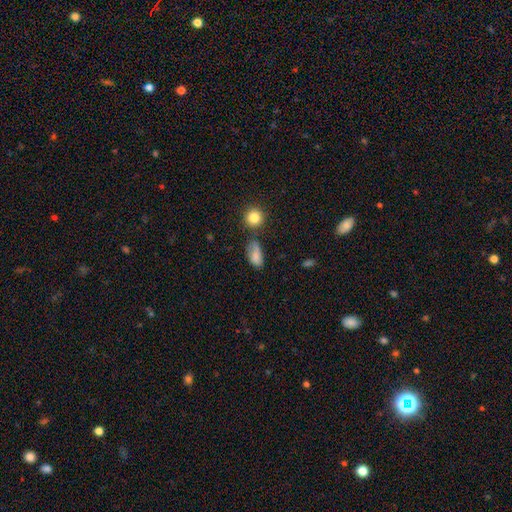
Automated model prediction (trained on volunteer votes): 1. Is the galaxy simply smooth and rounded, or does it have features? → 80% smooth, 10% featured or disk, 10% star or artifact.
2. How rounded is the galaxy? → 87% in between, 7% round, 6% cigar-shaped.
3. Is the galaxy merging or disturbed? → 51% none, 30% minor disturbance, 10% major disturbance, 8% merger.